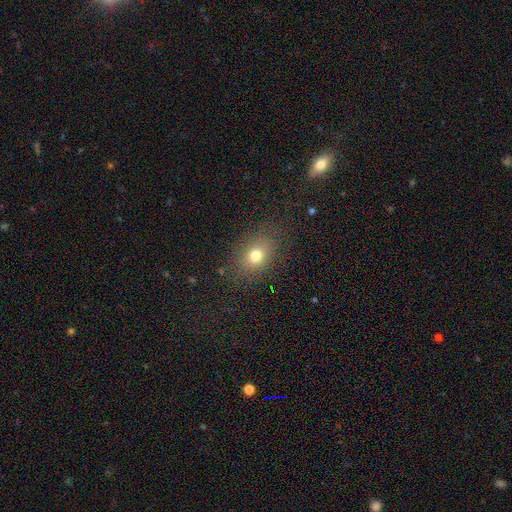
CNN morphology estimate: Q: Smooth or featured?
A: smooth (75%); runner-up: star or artifact (15%)
Q: How rounded?
A: in between (59%); runner-up: round (40%)
Q: Merging?
A: none (83%); runner-up: minor disturbance (11%)